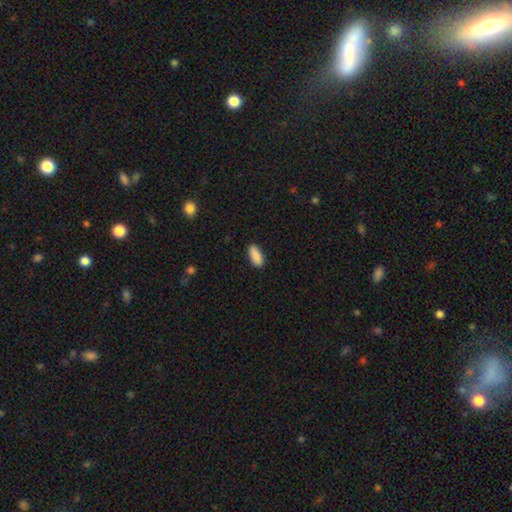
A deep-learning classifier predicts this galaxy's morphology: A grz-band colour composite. It shows a smooth galaxy with no disk features (90%) that is in between round and cigar-shaped (83%). Merging: none (86%).